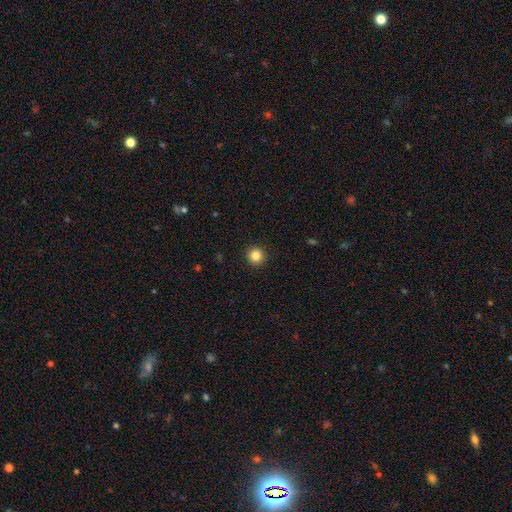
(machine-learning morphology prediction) type=smooth (84%); roundness=round (95%); merging=none (93%).